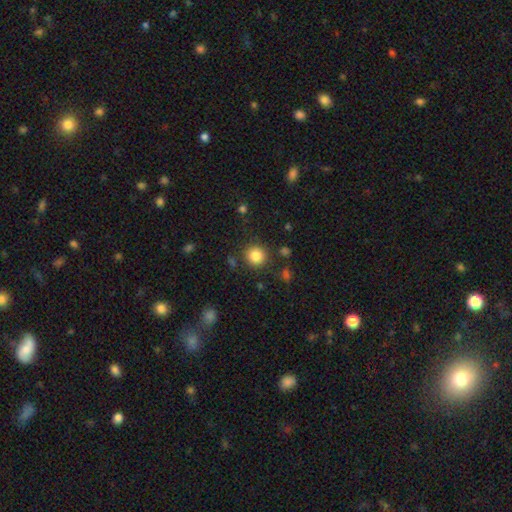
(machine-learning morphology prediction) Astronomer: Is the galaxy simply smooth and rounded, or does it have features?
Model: smooth — 84%.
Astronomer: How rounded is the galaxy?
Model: round — 93%.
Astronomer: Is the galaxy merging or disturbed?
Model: none — 86%.